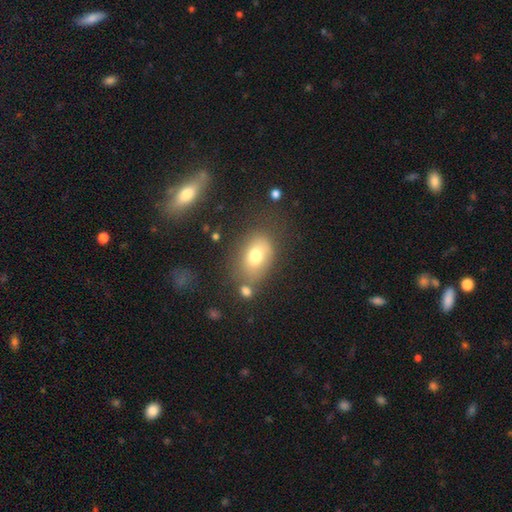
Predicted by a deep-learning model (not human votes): smooth 73%, featured or disk 16%, star or artifact 11%. Down the decision tree: how rounded — in between (77%); merging — none (62%).